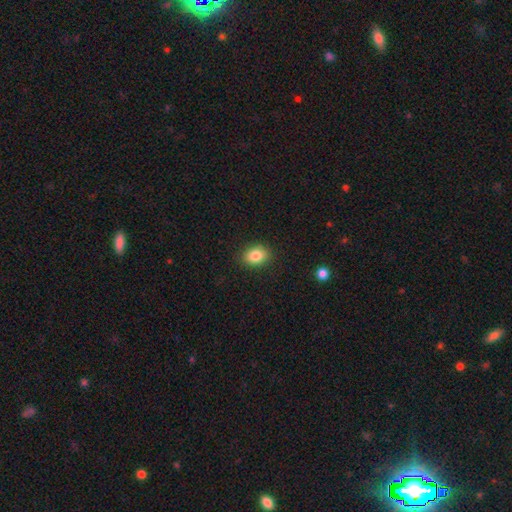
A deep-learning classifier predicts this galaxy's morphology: type=smooth (85%); roundness=in between (70%); merging=none (88%).